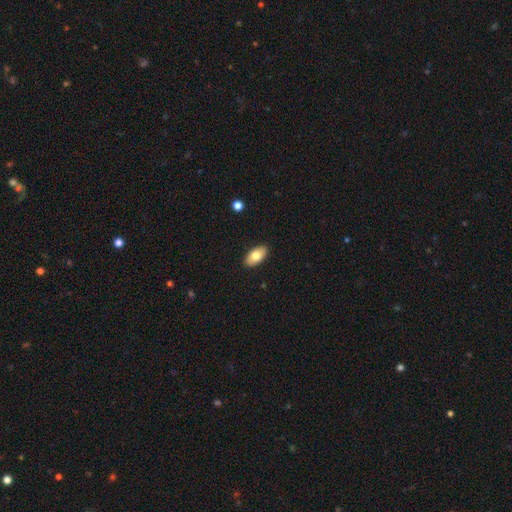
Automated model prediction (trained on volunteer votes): Smooth or featured?
  - smooth: 77% *
  - featured or disk: 16%
  - star or artifact: 6%
How rounded?
  - in between: 94% *
  - round: 3%
  - cigar-shaped: 3%
Merging?
  - none: 89% *
  - minor disturbance: 8%
  - major disturbance: 2%
  - merger: 1%